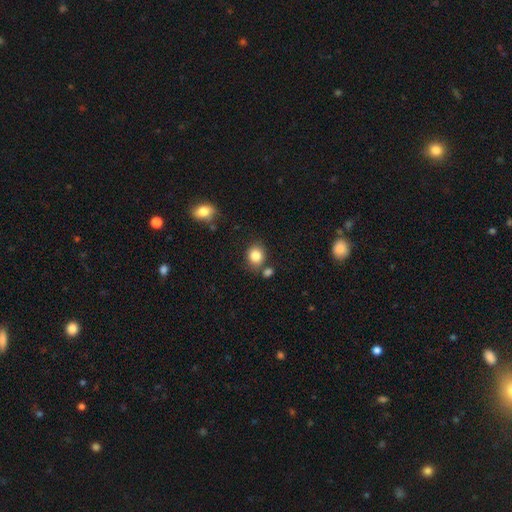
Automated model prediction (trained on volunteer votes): A smooth galaxy with no disk features (84%) that is round (70%).

Vote fractions:
- Smooth or featured? smooth: 84% / star or artifact: 10% / featured or disk: 6%
- How rounded? round: 70% / in between: 29% / cigar-shaped: 1%
- Merging? none: 74% / minor disturbance: 12% / merger: 11% / major disturbance: 3%